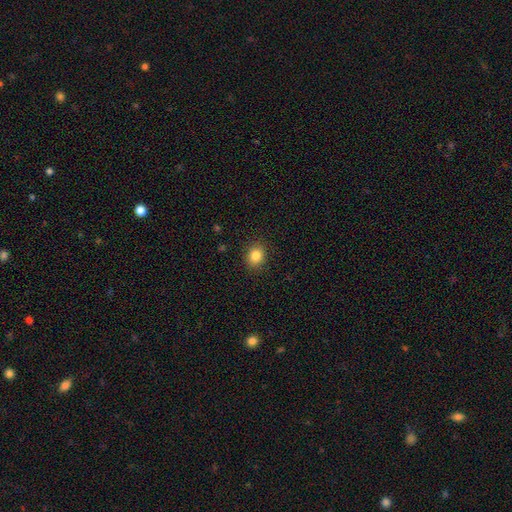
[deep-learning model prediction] Smooth or featured? Predicted: smooth (p=0.83). How rounded? Predicted: round (p=0.66). Merging? Predicted: none (p=0.89).